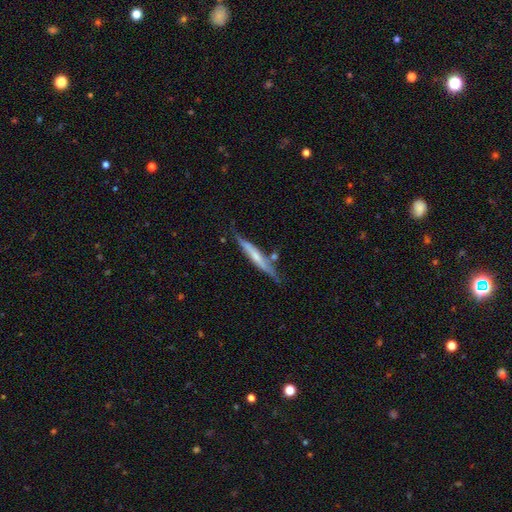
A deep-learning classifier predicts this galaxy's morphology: This appears to be a featured or disk galaxy (56%) viewed edge-on (92%) with a rounded central bulge (47%). Merging: none (71%).